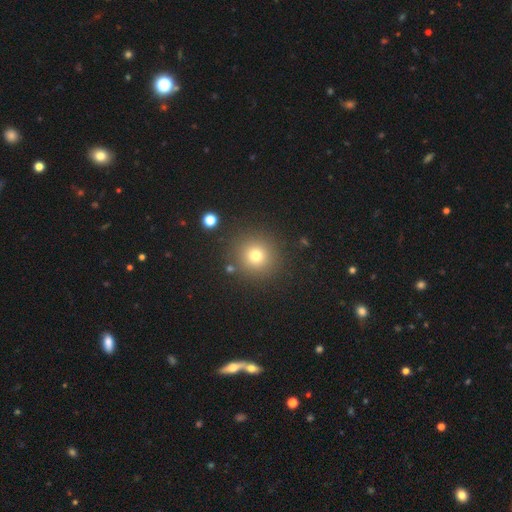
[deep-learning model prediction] A smooth galaxy with no disk features (75%) that is round (93%). Merging: none (88%).